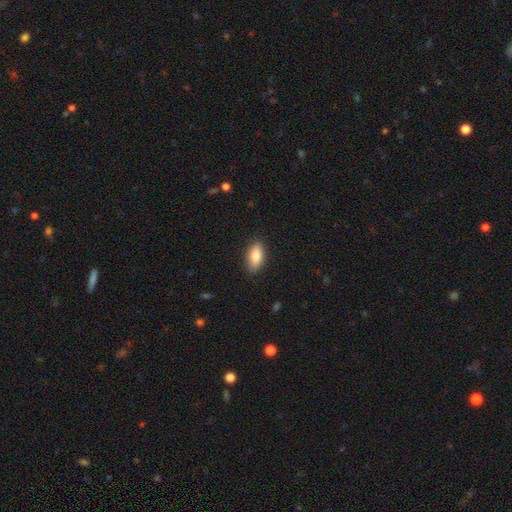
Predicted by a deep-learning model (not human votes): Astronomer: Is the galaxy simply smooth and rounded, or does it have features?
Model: smooth — 83%.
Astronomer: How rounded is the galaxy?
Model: in between — 84%.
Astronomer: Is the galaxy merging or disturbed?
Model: none — 86%.